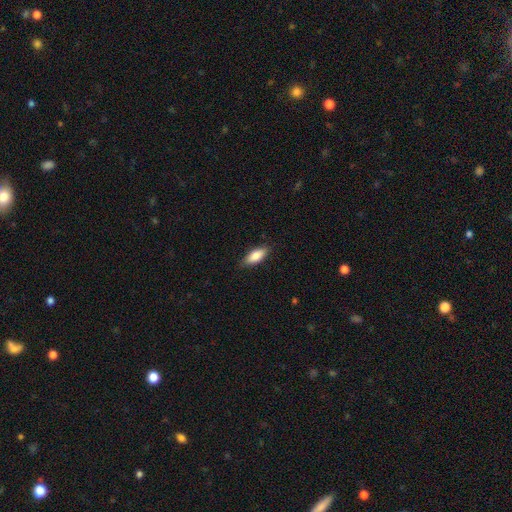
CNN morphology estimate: Q: Smooth or featured?
A: smooth (84%); runner-up: featured or disk (10%)
Q: How rounded?
A: in between (78%); runner-up: cigar-shaped (20%)
Q: Merging?
A: none (85%); runner-up: minor disturbance (12%)